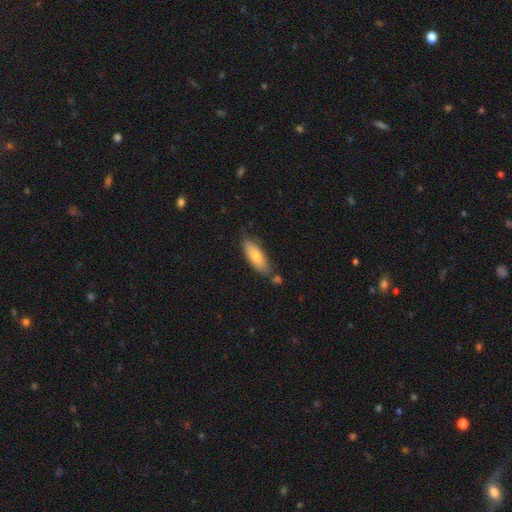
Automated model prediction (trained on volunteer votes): smooth 75%, featured or disk 20%, star or artifact 6%. Down the decision tree: how rounded — in between (65%); merging — none (70%).